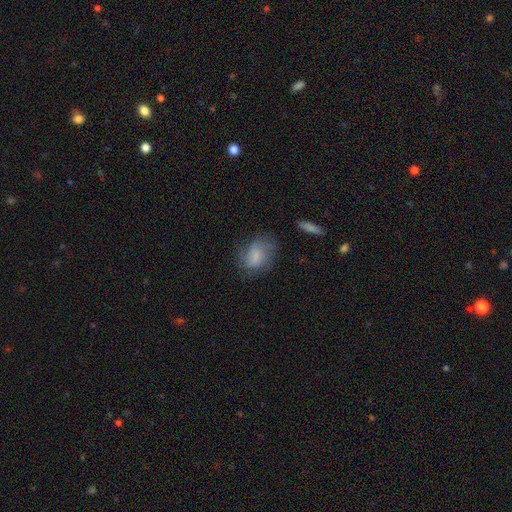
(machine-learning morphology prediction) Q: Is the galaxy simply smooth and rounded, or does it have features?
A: smooth — 67%.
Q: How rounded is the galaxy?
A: in between — 69%.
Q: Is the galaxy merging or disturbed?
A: none — 54%.